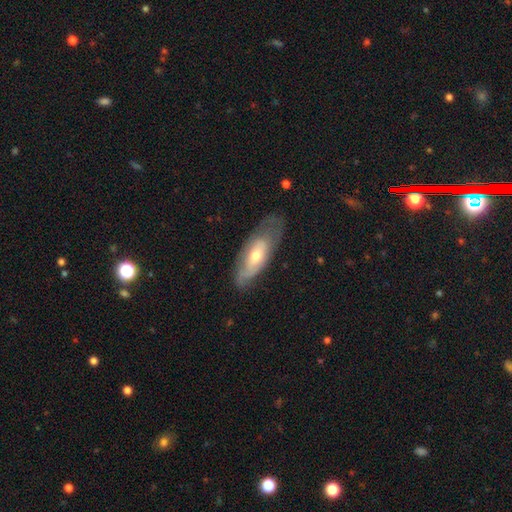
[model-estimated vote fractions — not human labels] smooth_or_featured: featured or disk (p=0.56) [alt: smooth p=0.38]
disk_edge_on: no (p=0.78) [alt: yes p=0.22]
merging: none (p=0.58) [alt: minor disturbance p=0.28]